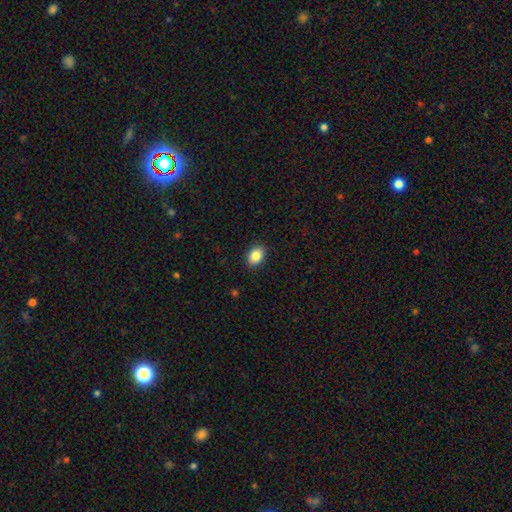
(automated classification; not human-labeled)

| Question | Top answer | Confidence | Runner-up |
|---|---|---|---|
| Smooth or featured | smooth | 85% | star or artifact (8%) |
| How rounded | in between | 76% | round (23%) |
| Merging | none | 88% | minor disturbance (9%) |